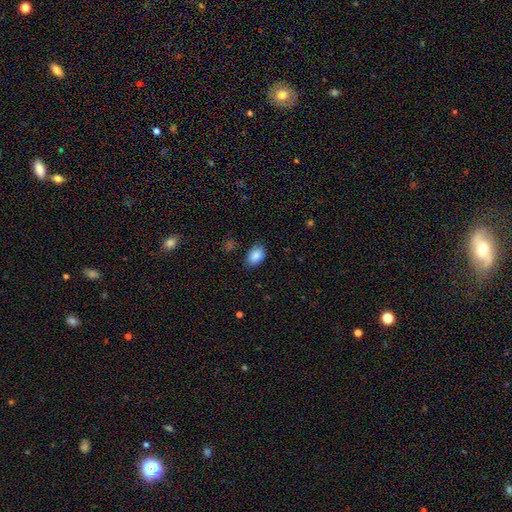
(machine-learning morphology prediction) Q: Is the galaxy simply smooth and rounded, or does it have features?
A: smooth — 88%.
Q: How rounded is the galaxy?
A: in between — 88%.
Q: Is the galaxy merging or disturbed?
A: none — 81%.